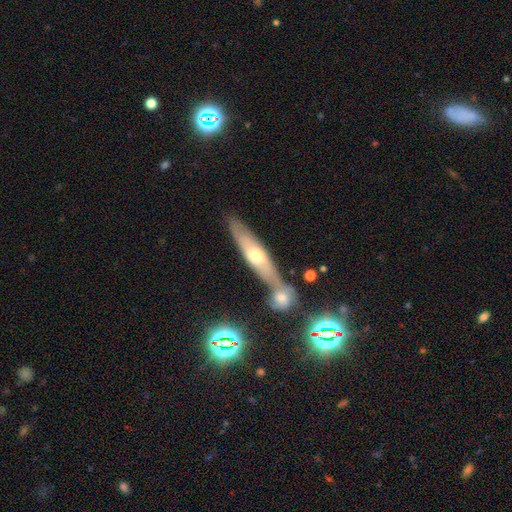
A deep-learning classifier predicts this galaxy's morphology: The model was most divided on "smooth or featured": featured or disk: 48%, smooth: 45%, star or artifact: 7%. More confident: merging — none (59%).